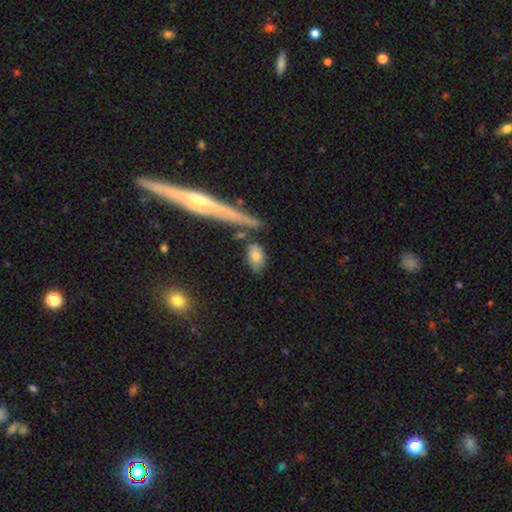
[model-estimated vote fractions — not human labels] A smooth galaxy with no disk features (76%) that is in between round and cigar-shaped (82%). Merging: none (68%).